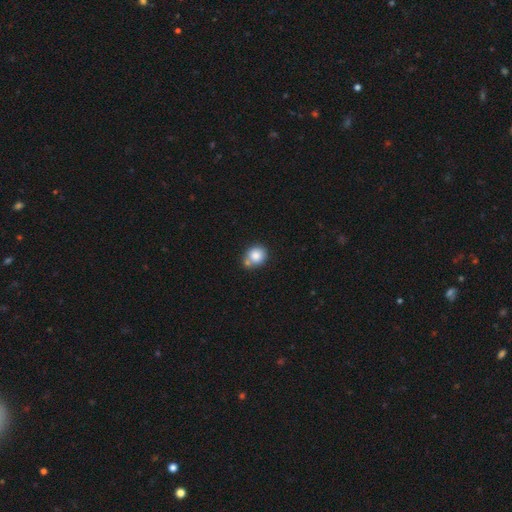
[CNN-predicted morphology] Smooth or featured? Predicted: smooth (p=0.82). How rounded? Predicted: round (p=0.78). Merging? Predicted: none (p=0.53).